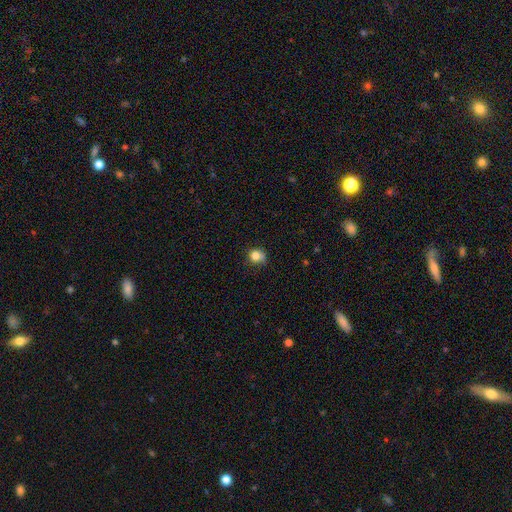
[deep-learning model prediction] smooth 81%, star or artifact 10%, featured or disk 9%. Down the decision tree: how rounded — round (73%); merging — none (55%).